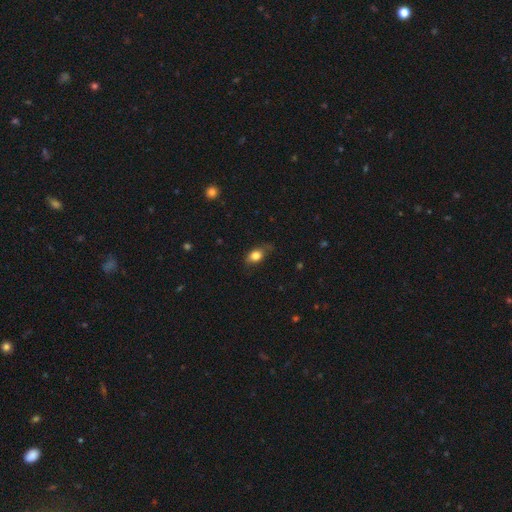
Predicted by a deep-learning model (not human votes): smooth_or_featured: smooth (p=0.80) [alt: featured or disk p=0.11]
how_rounded: in between (p=0.76) [alt: round p=0.20]
merging: none (p=0.65) [alt: minor disturbance p=0.26]